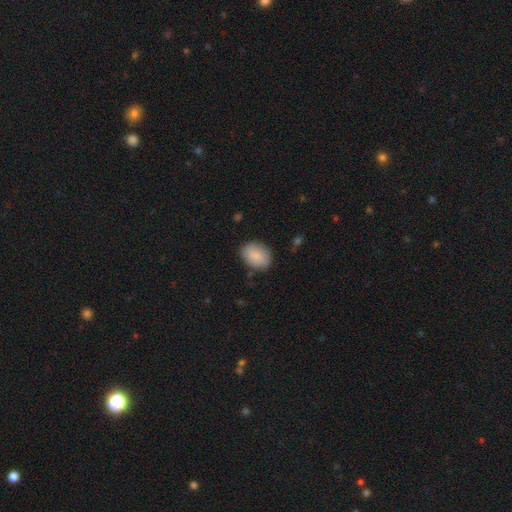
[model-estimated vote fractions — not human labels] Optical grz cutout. It shows a smooth galaxy with no disk features (87%) that is in between round and cigar-shaped (69%). Merging: none (83%).